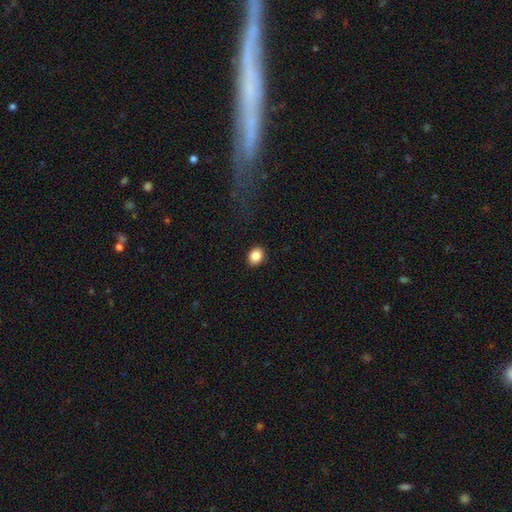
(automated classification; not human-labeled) The model was most divided on "how rounded": round: 53%, in between: 46%, cigar-shaped: 1%. More confident: merging — none (89%); smooth or featured — smooth (85%).